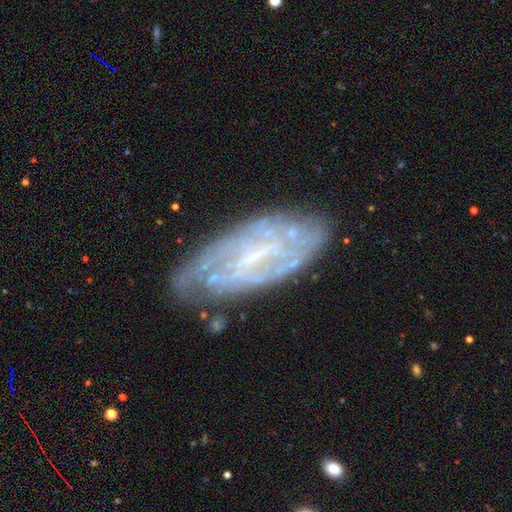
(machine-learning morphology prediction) This appears to be a featured or disk galaxy (77%) with a weak bar (46%), tight (52%) spiral arms (73%) and a small central bulge (50%). Merging: none (64%).